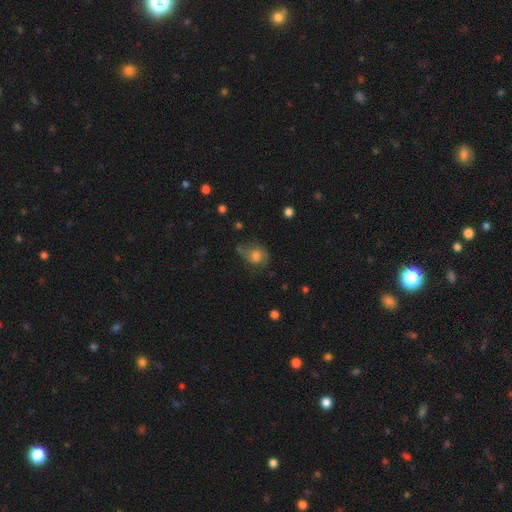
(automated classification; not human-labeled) Q: Smooth or featured?
A: smooth (61%); runner-up: featured or disk (27%)
Q: How rounded?
A: round (51%); runner-up: in between (48%)
Q: Merging?
A: none (45%); runner-up: minor disturbance (30%)